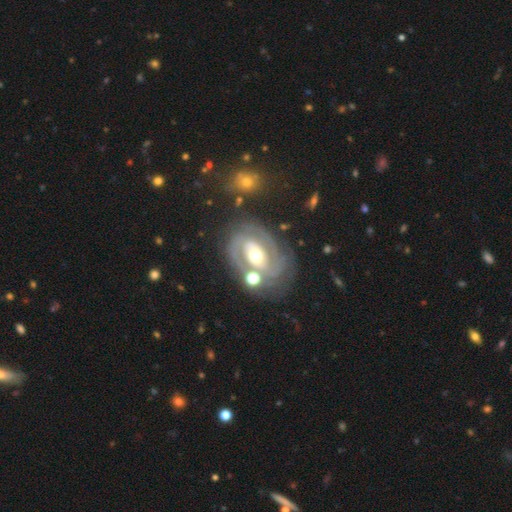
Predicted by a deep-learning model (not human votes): Smooth or featured? Predicted: featured or disk (p=0.84). Edge-on disk? Predicted: no (p=0.97). Bar? Predicted: no (p=0.54). Spiral arms? Predicted: yes (p=0.89). Spiral winding? Predicted: tight (p=0.61). Spiral arm count? Predicted: 2 (p=0.54). Bulge size? Predicted: moderate (p=0.71). Merging? Predicted: none (p=0.65).